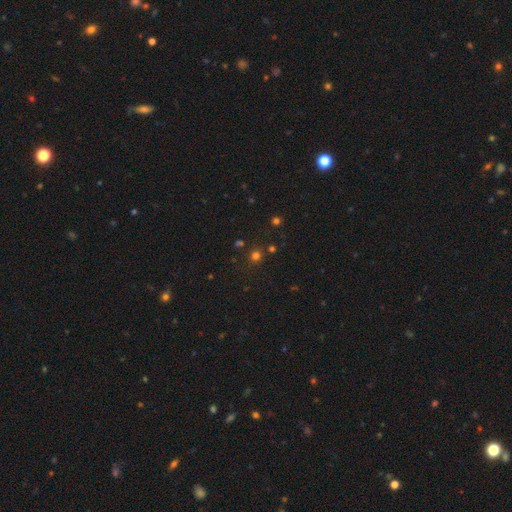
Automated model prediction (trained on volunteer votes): smooth_or_featured: smooth (p=0.67) [alt: star or artifact p=0.27]
how_rounded: round (p=0.90) [alt: in between p=0.09]
merging: none (p=0.84) [alt: minor disturbance p=0.08]